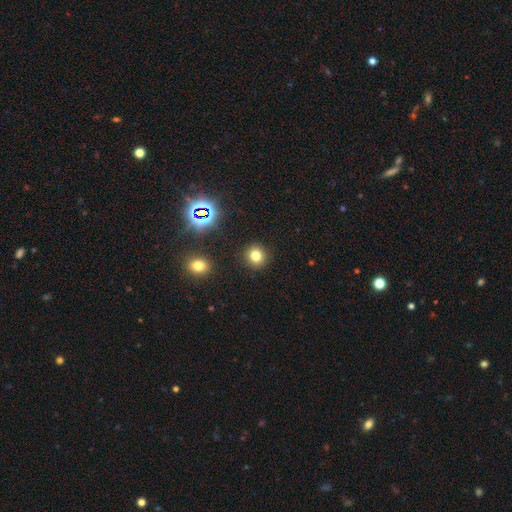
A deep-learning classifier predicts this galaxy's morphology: Q: Smooth or featured?
A: smooth (76%); runner-up: star or artifact (18%)
Q: How rounded?
A: round (90%); runner-up: in between (9%)
Q: Merging?
A: none (91%); runner-up: minor disturbance (5%)